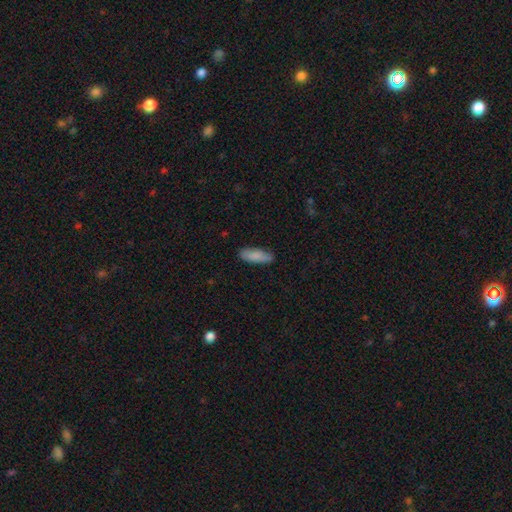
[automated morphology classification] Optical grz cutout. It shows a smooth galaxy with no disk features (86%) that is in between round and cigar-shaped (61%). Merging: none (83%).